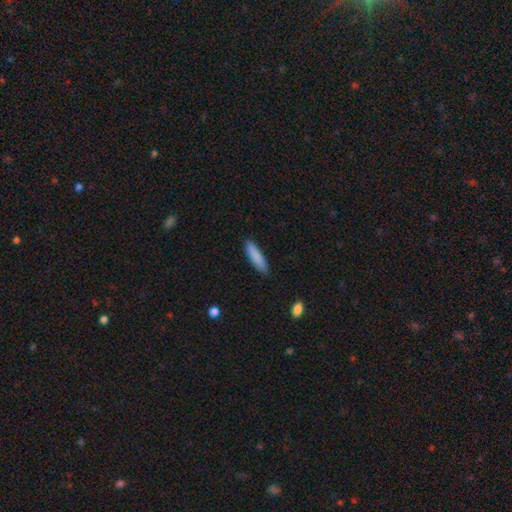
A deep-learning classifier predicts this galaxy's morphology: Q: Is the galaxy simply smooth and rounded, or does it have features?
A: smooth — 86%.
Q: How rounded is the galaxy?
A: cigar-shaped — 74%.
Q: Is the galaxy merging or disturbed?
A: none — 86%.